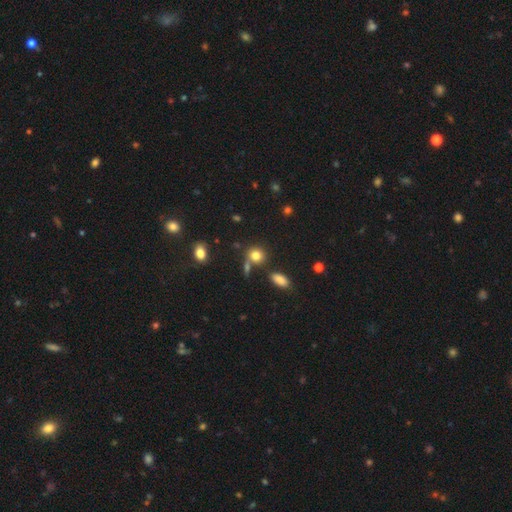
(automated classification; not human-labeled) This appears to be a smooth galaxy with no disk features (80%) that is round (76%). Merging: none (66%).